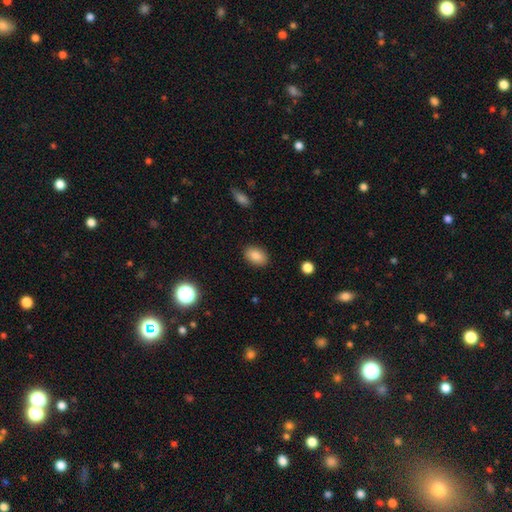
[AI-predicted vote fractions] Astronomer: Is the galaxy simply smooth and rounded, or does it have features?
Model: smooth — 85%.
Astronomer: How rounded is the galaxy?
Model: in between — 87%.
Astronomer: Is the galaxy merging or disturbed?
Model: none — 88%.